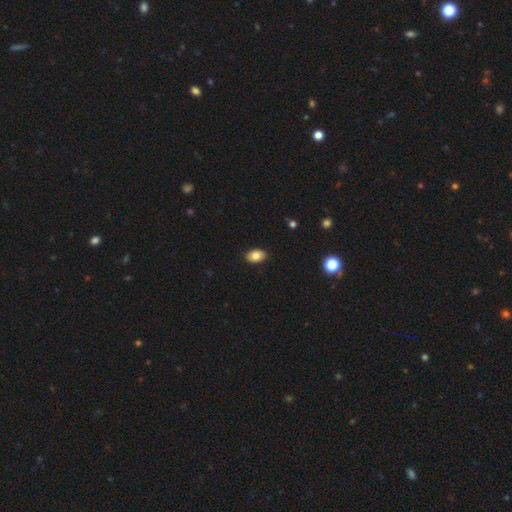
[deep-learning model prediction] The model was most divided on "smooth or featured": smooth: 83%, featured or disk: 9%, star or artifact: 8%. More confident: merging — none (88%); how rounded — in between (87%).